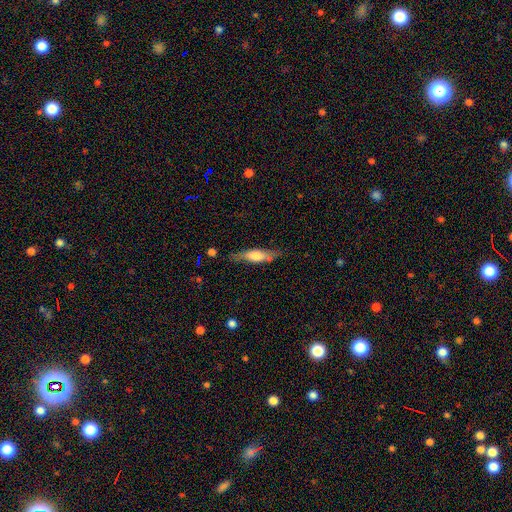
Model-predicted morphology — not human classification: This appears to be a smooth galaxy with no disk features (56%) that is cigar-shaped (64%). Merging: none (74%).